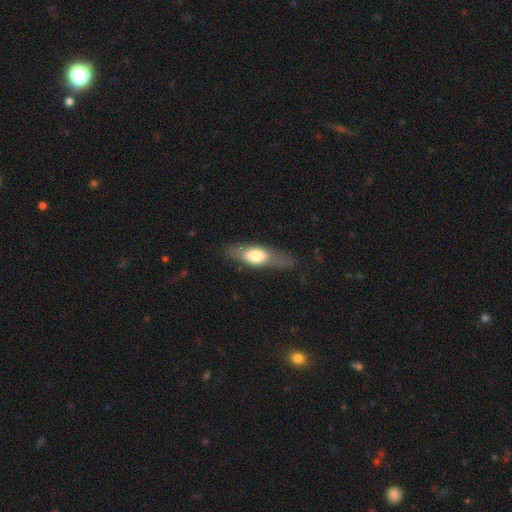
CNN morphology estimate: smooth_or_featured: smooth (p=0.57) [alt: featured or disk p=0.37]
how_rounded: in between (p=0.60) [alt: cigar-shaped p=0.36]
merging: none (p=0.69) [alt: minor disturbance p=0.20]